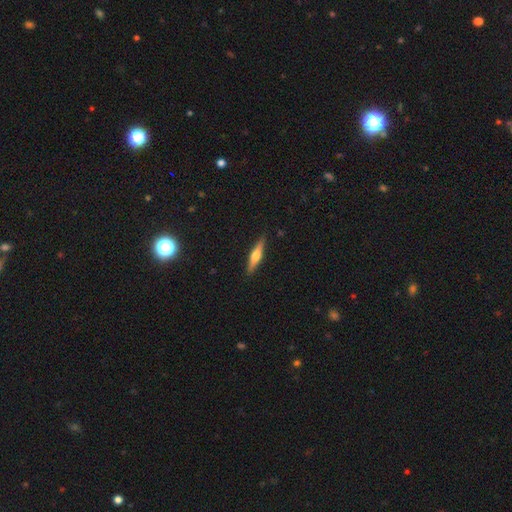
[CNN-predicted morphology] type=featured or disk (58%); edge-on=yes (96%); edge-on bulge=rounded (93%); merging=none (90%).